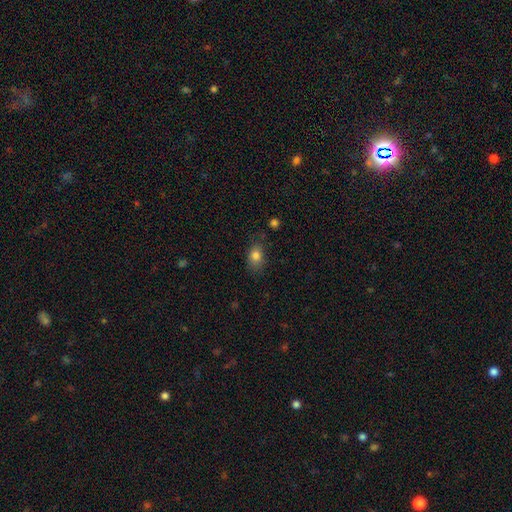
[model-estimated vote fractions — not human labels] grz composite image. It shows a smooth galaxy with no disk features (81%) that is in between round and cigar-shaped (74%). Merging: none (74%).